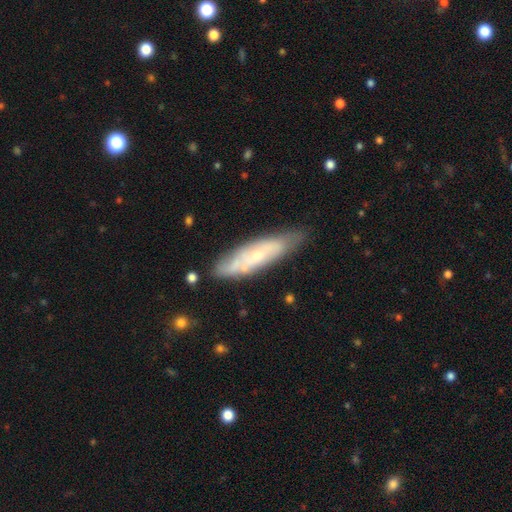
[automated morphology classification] Smooth or featured? featured or disk (52%)
Edge-on disk? no (65%)
Merging? none (68%)